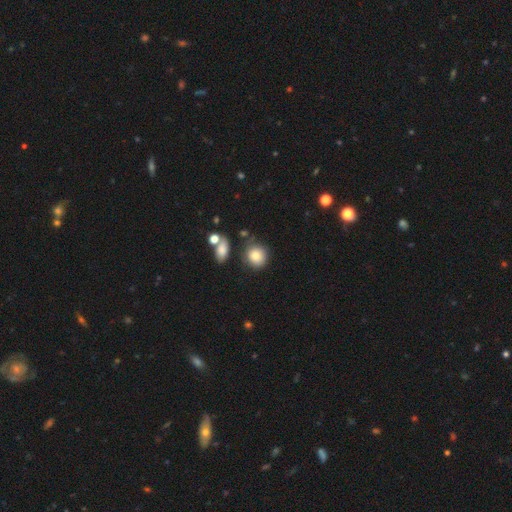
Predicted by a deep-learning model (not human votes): Q: Smooth or featured?
A: smooth (83%); runner-up: star or artifact (10%)
Q: How rounded?
A: round (81%); runner-up: in between (18%)
Q: Merging?
A: none (70%); runner-up: minor disturbance (17%)